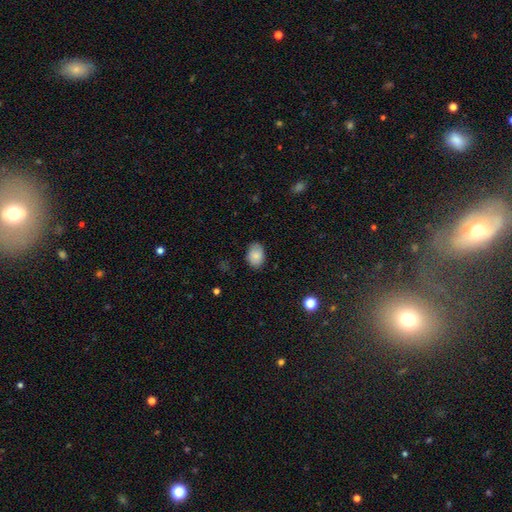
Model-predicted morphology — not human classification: smooth 84%, featured or disk 8%, star or artifact 8%. Down the decision tree: how rounded — in between (79%); merging — none (81%).